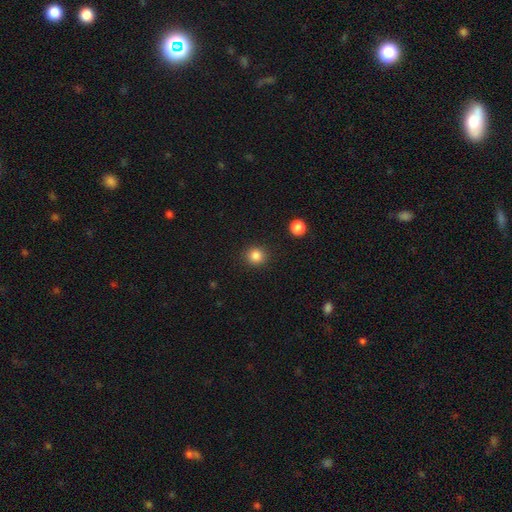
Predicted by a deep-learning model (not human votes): Smooth or featured? smooth (85%)
How rounded? round (91%)
Merging? none (91%)